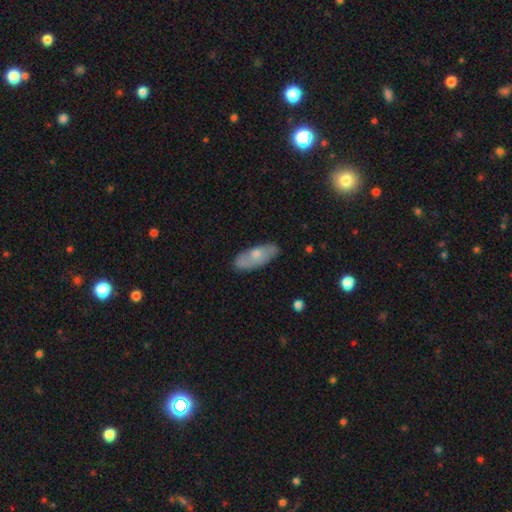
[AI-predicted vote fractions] Smooth or featured? smooth (61%)
How rounded? in between (79%)
Merging? none (79%)